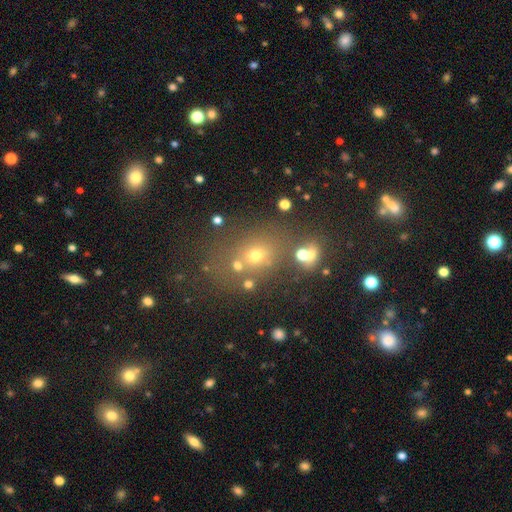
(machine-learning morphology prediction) smooth 55%, star or artifact 29%, featured or disk 16%. Down the decision tree: how rounded — round (54%); merging — none (60%).